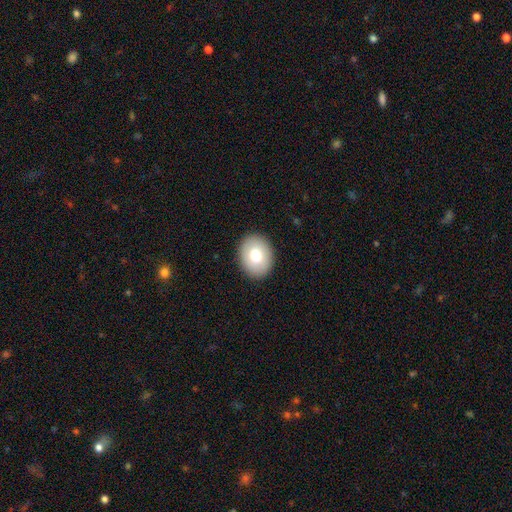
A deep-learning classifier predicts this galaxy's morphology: A smooth galaxy with no disk features (75%) that is in between round and cigar-shaped (54%).

Vote fractions:
- Smooth or featured? smooth: 75% / featured or disk: 17% / star or artifact: 8%
- How rounded? in between: 54% / round: 45% / cigar-shaped: 1%
- Merging? none: 90% / minor disturbance: 7% / major disturbance: 2% / merger: 1%